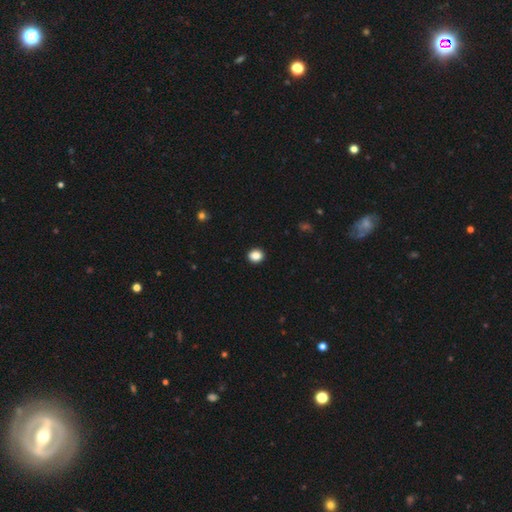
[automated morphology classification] Smooth or featured?
  - smooth: 87% *
  - star or artifact: 10%
  - featured or disk: 3%
How rounded?
  - round: 70% *
  - in between: 29%
  - cigar-shaped: 1%
Merging?
  - none: 92% *
  - minor disturbance: 5%
  - major disturbance: 2%
  - merger: 1%